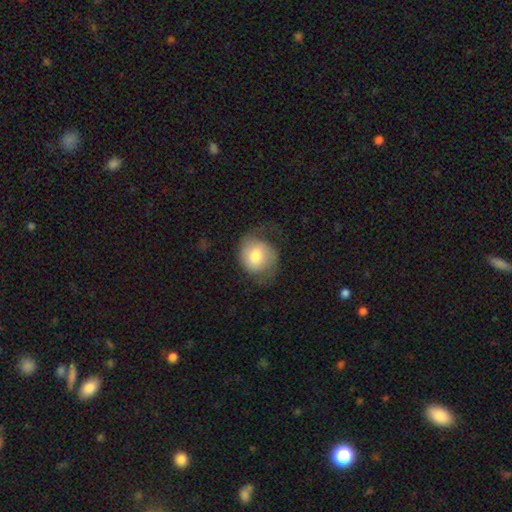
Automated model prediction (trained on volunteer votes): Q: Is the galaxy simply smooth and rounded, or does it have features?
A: smooth — 58%.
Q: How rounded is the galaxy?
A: round — 72%.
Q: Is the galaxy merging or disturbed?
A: none — 46%.